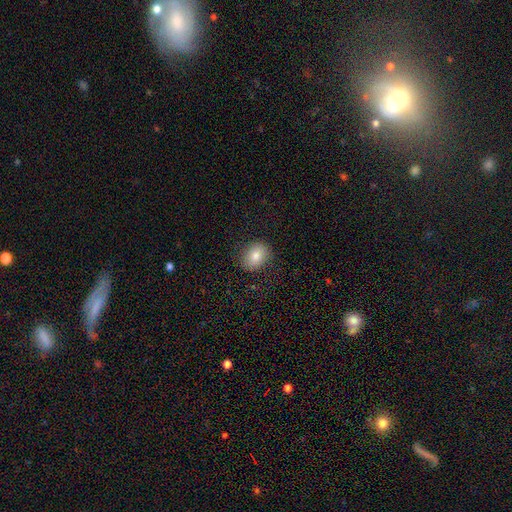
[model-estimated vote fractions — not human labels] Q: Smooth or featured?
A: smooth (82%); runner-up: featured or disk (9%)
Q: How rounded?
A: in between (53%); runner-up: round (46%)
Q: Merging?
A: none (85%); runner-up: minor disturbance (11%)